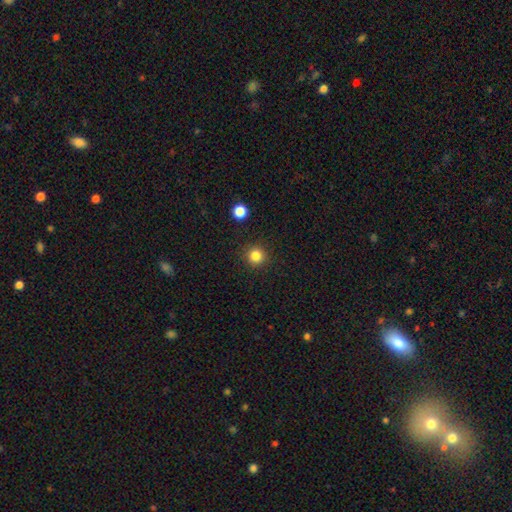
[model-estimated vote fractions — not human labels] smooth 83%, star or artifact 13%, featured or disk 4%. Down the decision tree: how rounded — round (95%); merging — none (91%).